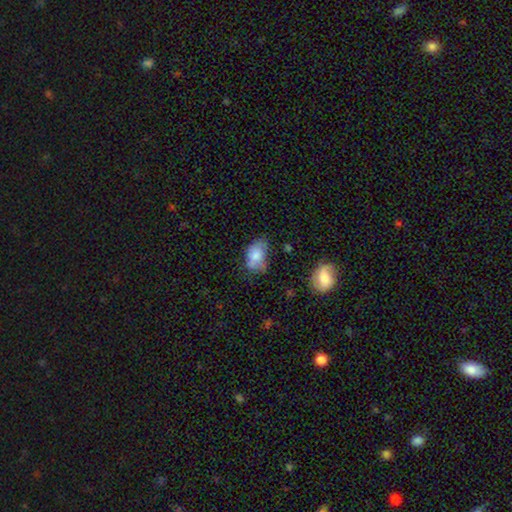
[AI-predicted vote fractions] Overall: smooth (75%). How rounded: in between (85%). Merging: none (41%; minor disturbance 36%).